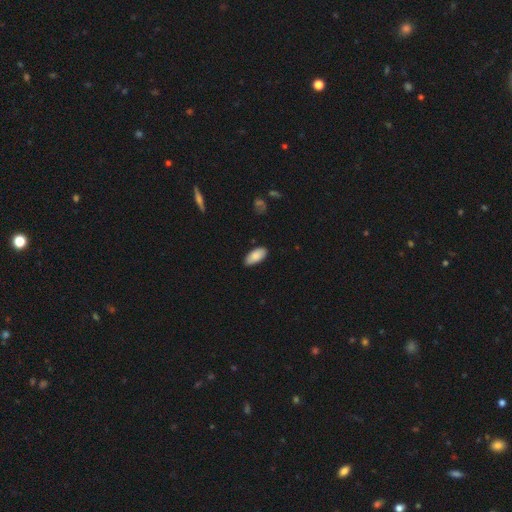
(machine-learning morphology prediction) smooth-or-featured: smooth: 87% | featured or disk: 7% | star or artifact: 6%
  how-rounded: in between: 92% | cigar-shaped: 6% | round: 2%
  merging: none: 82% | minor disturbance: 14% | major disturbance: 2% | merger: 1%